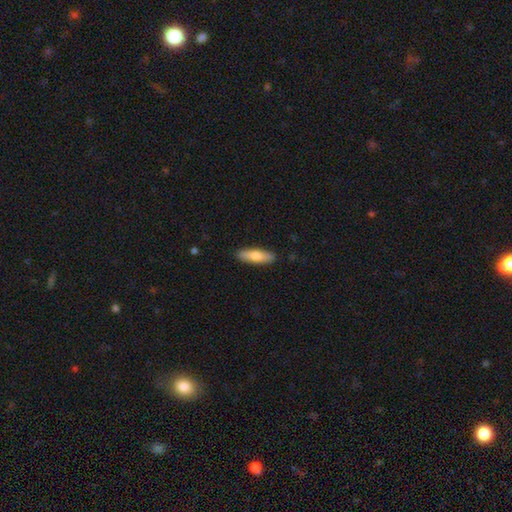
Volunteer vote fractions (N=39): Smooth or featured?
  - smooth: 64% *
  - featured or disk: 31%
  - star or artifact: 5%
How rounded?
  - in between: 52% *
  - cigar-shaped: 48%
  - round: 0%
Merging?
  - none: 86% *
  - minor disturbance: 14%
  - major disturbance: 0%
  - merger: 0%